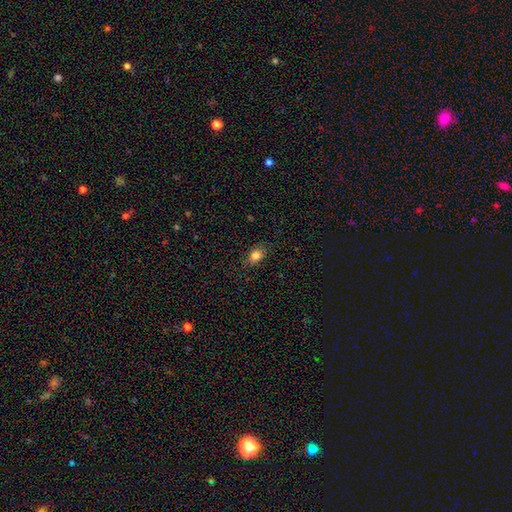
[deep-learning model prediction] Smooth or featured? Predicted: smooth (p=0.83). How rounded? Predicted: in between (p=0.72). Merging? Predicted: none (p=0.80).